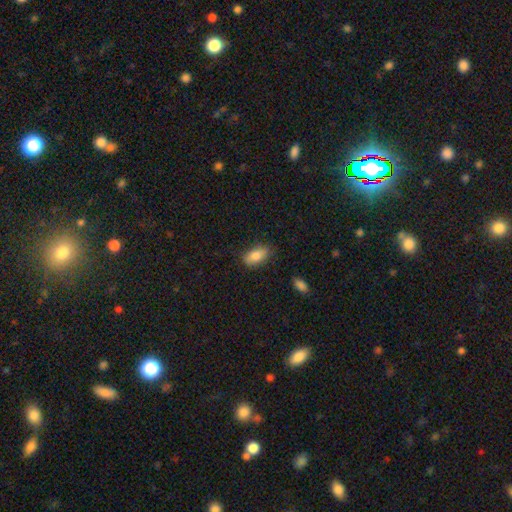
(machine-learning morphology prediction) This is clearly a smooth galaxy (84%). How rounded: clearly in between (89%). Merging: likely none (78%).